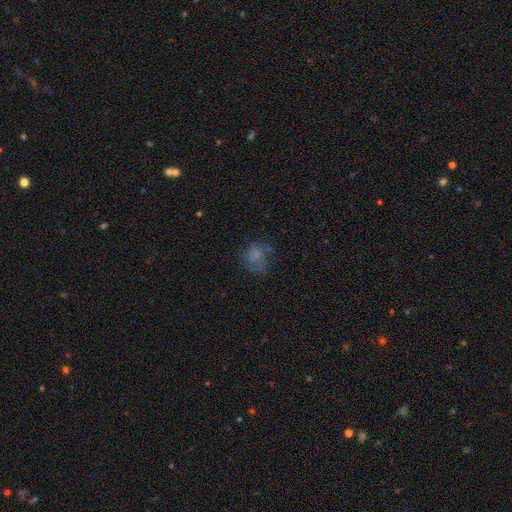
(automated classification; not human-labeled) Smooth or featured? Predicted: smooth (p=0.56). How rounded? Predicted: round (p=0.67). Merging? Predicted: none (p=0.53).